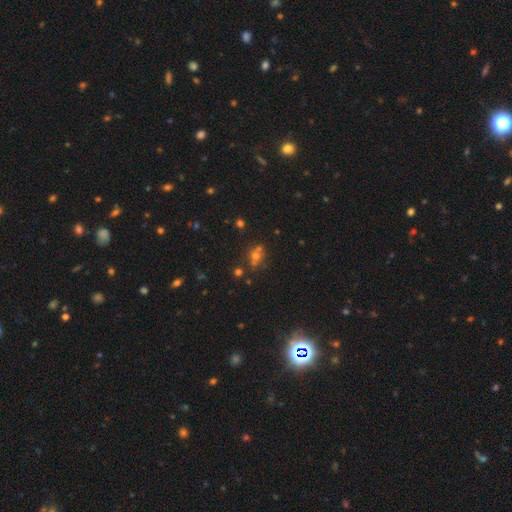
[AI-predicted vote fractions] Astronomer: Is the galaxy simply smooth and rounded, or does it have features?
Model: smooth — 46% (runner-up: star or artifact, 34%).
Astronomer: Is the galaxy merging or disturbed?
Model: none — 57%.